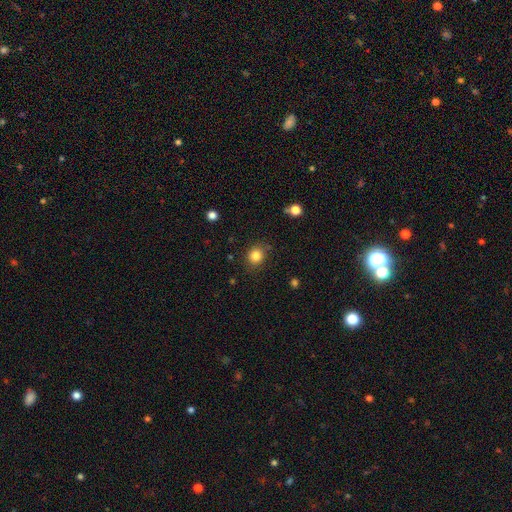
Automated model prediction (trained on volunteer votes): Smooth or featured: smooth — 84% (star or artifact — 11%)
How rounded: round — 78% (in between — 21%)
Merging: none — 84% (minor disturbance — 11%)